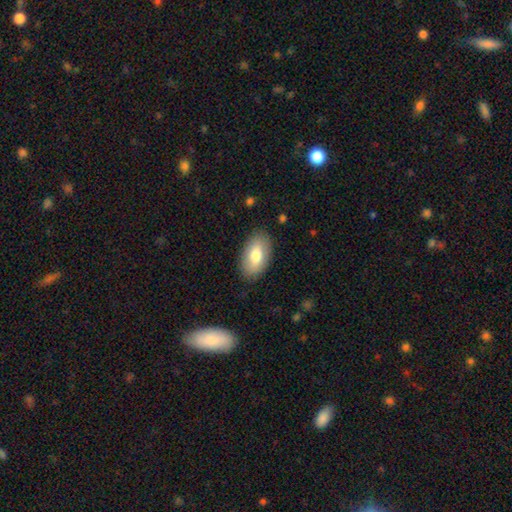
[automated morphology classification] A smooth galaxy with no disk features (74%) that is in between round and cigar-shaped (94%). Merging: none (85%).